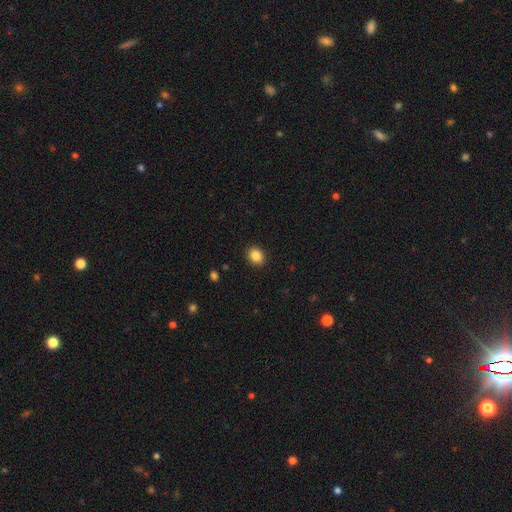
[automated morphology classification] Smooth or featured? Predicted: smooth (p=0.87). How rounded? Predicted: in between (p=0.53). Merging? Predicted: none (p=0.91).